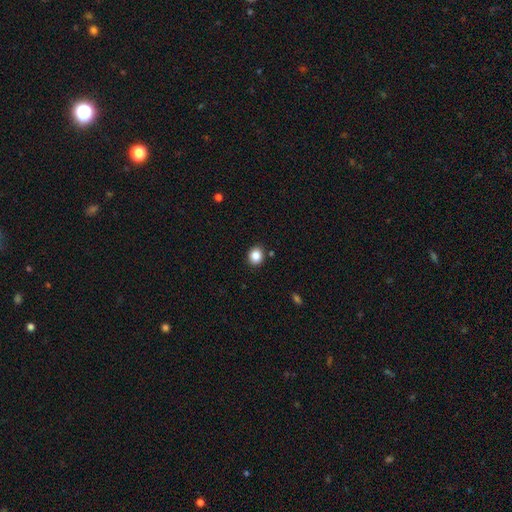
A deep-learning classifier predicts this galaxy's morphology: The model was most divided on "how rounded": round: 72%, in between: 27%, cigar-shaped: 1%. More confident: merging — none (89%); smooth or featured — smooth (86%).